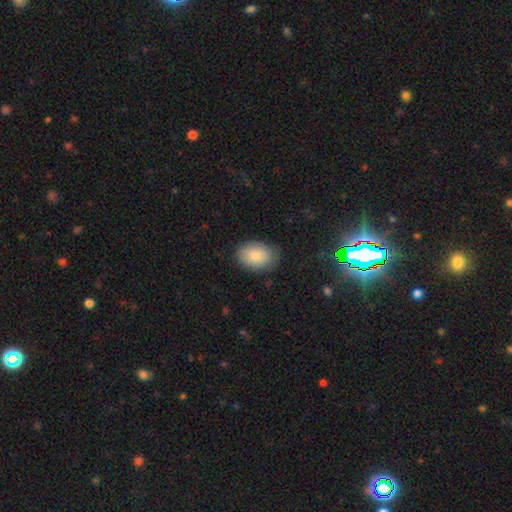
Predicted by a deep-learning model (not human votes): Q: Smooth or featured?
A: smooth (84%); runner-up: featured or disk (8%)
Q: How rounded?
A: in between (82%); runner-up: round (17%)
Q: Merging?
A: none (80%); runner-up: minor disturbance (16%)